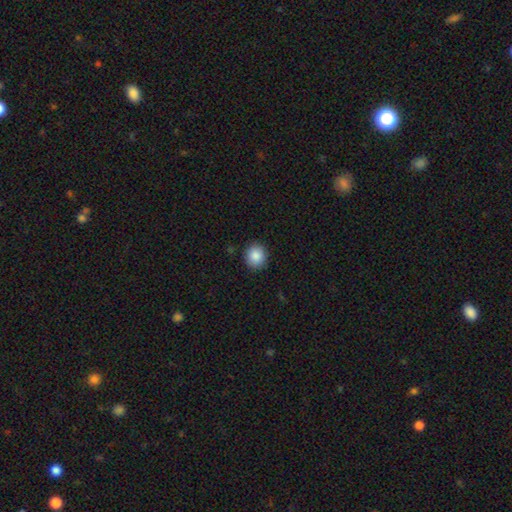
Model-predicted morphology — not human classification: Smooth or featured? Predicted: smooth (p=0.88). How rounded? Predicted: round (p=0.84). Merging? Predicted: none (p=0.90).